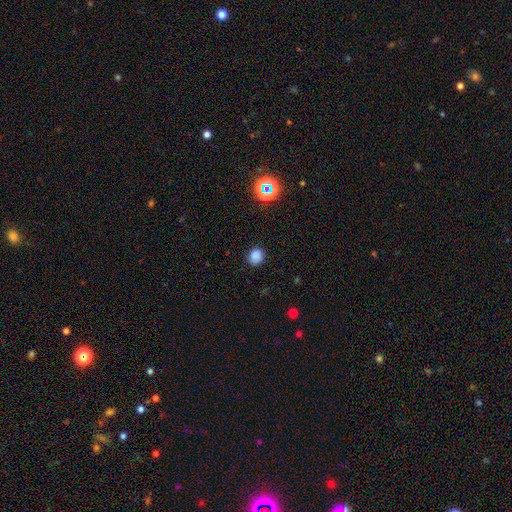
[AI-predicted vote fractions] Morphology: type=smooth (80%); roundness=round (67%); merging=none (81%).